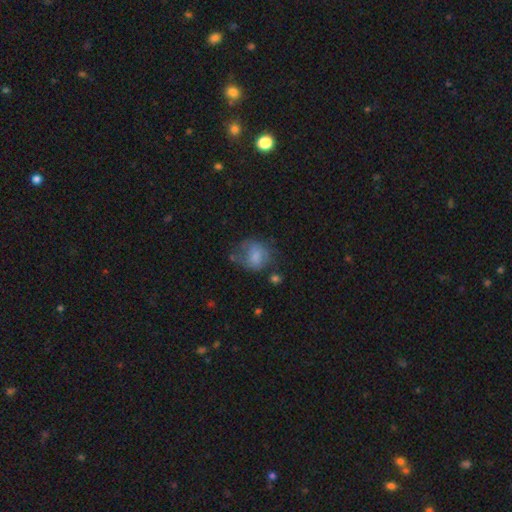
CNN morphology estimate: This is likely a smooth galaxy (65%). How rounded: possibly round (58%). Merging: marginally none (41%).